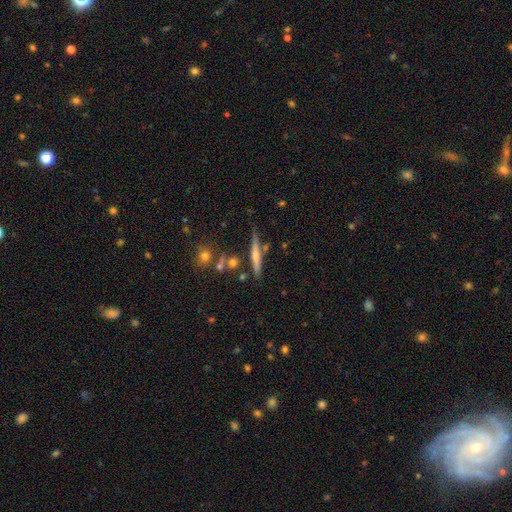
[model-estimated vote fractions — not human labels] featured or disk 49%, smooth 43%, star or artifact 8%. Down the decision tree: merging — none (75%).